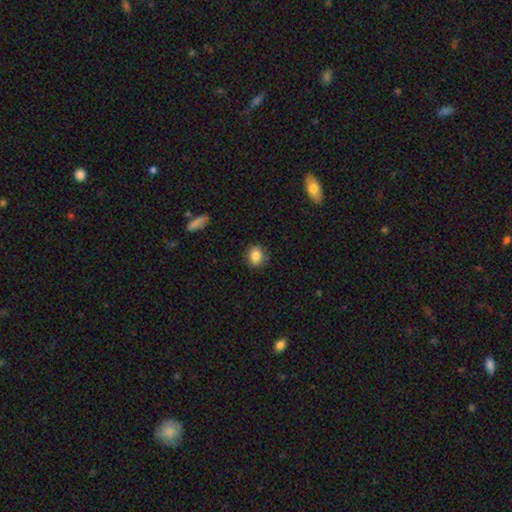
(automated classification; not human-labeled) This is clearly a smooth galaxy (85%). How rounded: likely round (68%). Merging: clearly none (86%).